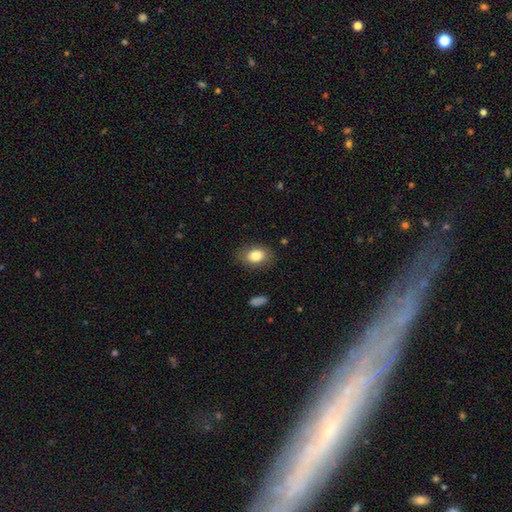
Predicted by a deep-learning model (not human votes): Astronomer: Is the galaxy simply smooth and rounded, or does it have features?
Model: smooth — 82%.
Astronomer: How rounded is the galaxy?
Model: in between — 82%.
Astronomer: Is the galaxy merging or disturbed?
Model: none — 82%.